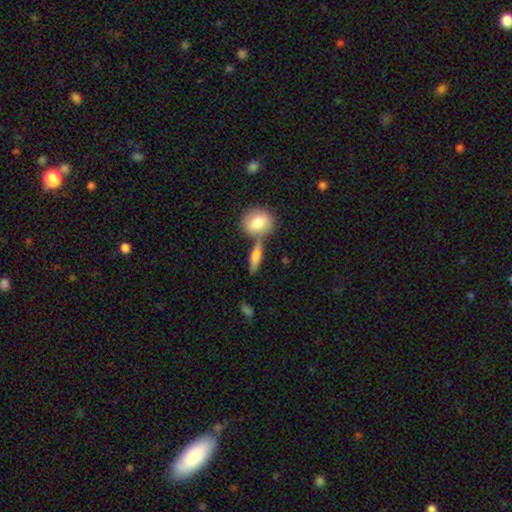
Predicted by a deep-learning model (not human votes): Smooth or featured: smooth — 70% (featured or disk — 23%)
How rounded: cigar-shaped — 48% (in between — 43%)
Merging: none — 54% (merger — 29%)